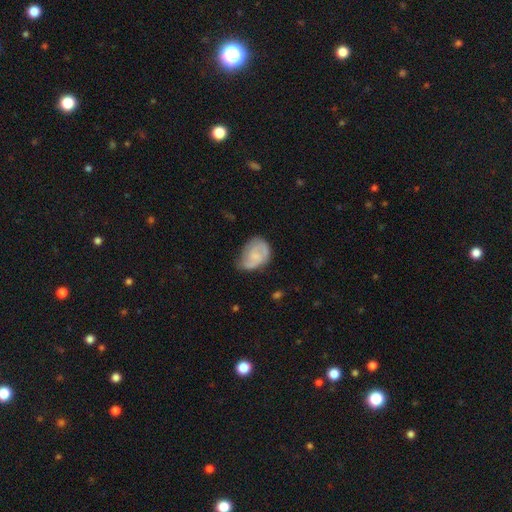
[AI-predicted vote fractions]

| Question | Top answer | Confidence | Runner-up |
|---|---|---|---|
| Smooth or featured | featured or disk | 59% | smooth (34%) |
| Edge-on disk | no | 98% | yes (2%) |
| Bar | no | 62% | weak (33%) |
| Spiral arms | yes | 84% | no (16%) |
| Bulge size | small | 58% | moderate (22%) |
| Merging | none | 49% | minor disturbance (35%) |